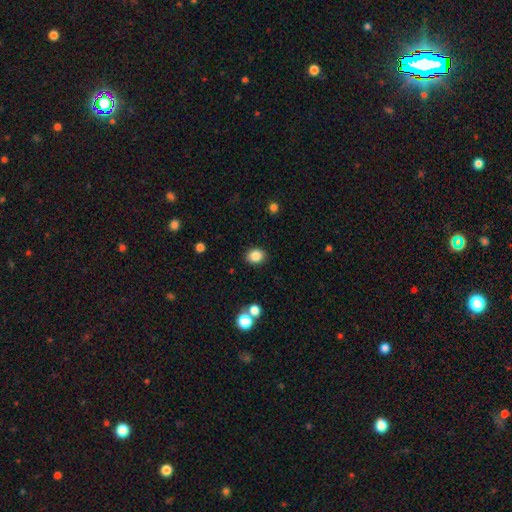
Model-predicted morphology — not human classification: This appears to be a smooth galaxy with no disk features (85%) that is round (62%). Merging: none (88%).